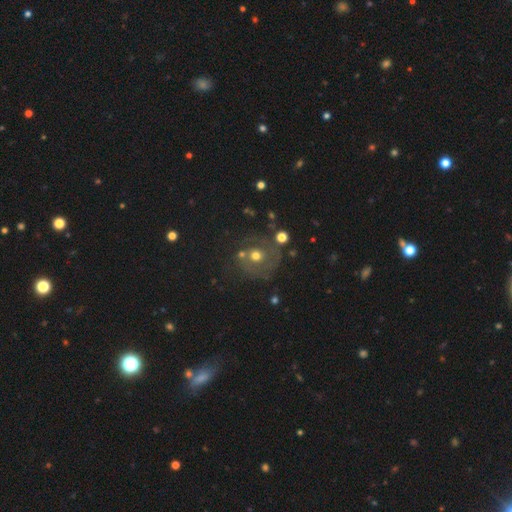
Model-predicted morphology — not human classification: This is marginally a featured or disk galaxy (44%). Merging: likely none (65%).